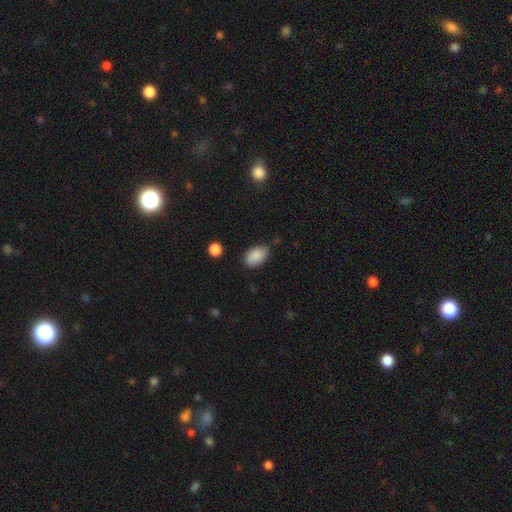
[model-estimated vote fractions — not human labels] The model was most divided on "merging": none: 75%, minor disturbance: 19%, major disturbance: 4%, merger: 3%. More confident: how rounded — in between (91%); smooth or featured — smooth (88%).